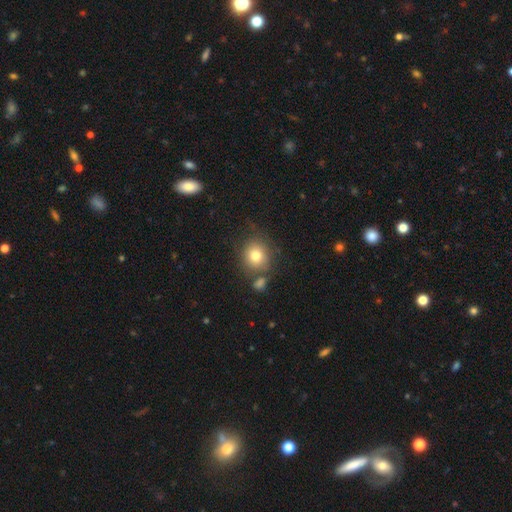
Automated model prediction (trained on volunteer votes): Smooth or featured?
  - smooth: 79% *
  - star or artifact: 11%
  - featured or disk: 11%
How rounded?
  - round: 84% *
  - in between: 15%
  - cigar-shaped: 1%
Merging?
  - none: 67% *
  - minor disturbance: 14%
  - merger: 14%
  - major disturbance: 5%